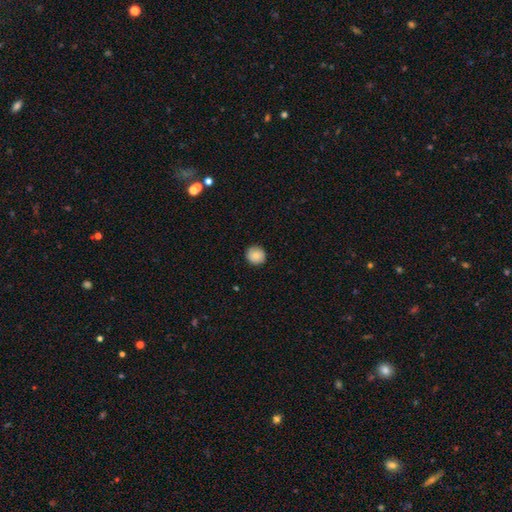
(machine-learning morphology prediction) Smooth or featured?
  - smooth: 85% *
  - star or artifact: 8%
  - featured or disk: 7%
How rounded?
  - round: 92% *
  - in between: 7%
  - cigar-shaped: 1%
Merging?
  - none: 90% *
  - minor disturbance: 8%
  - major disturbance: 2%
  - merger: 1%